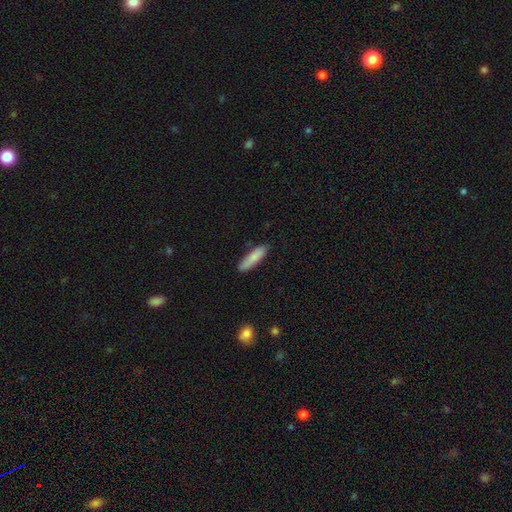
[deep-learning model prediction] Smooth or featured?
  - smooth: 80% *
  - featured or disk: 13%
  - star or artifact: 7%
How rounded?
  - cigar-shaped: 79% *
  - in between: 20%
  - round: 2%
Merging?
  - none: 85% *
  - minor disturbance: 12%
  - major disturbance: 2%
  - merger: 1%